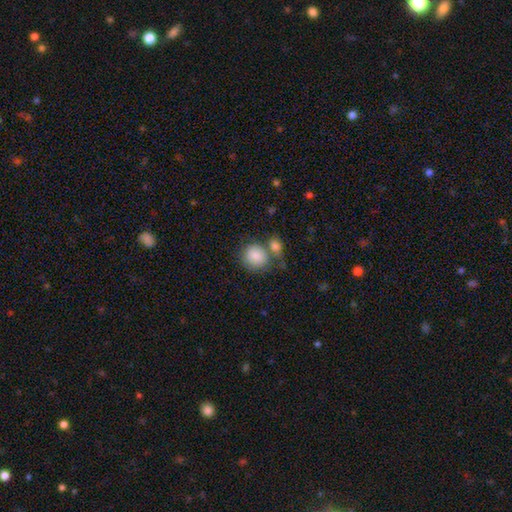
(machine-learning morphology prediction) Smooth or featured? smooth (86%)
How rounded? round (82%)
Merging? none (50%)